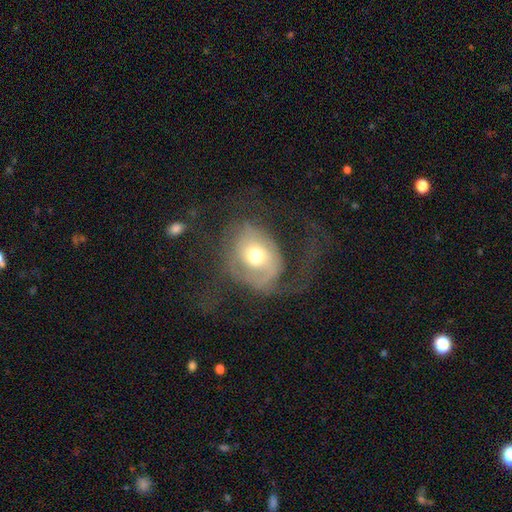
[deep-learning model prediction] Smooth or featured? featured or disk (50%)
Edge-on disk? no (95%)
Merging? major disturbance (51%)